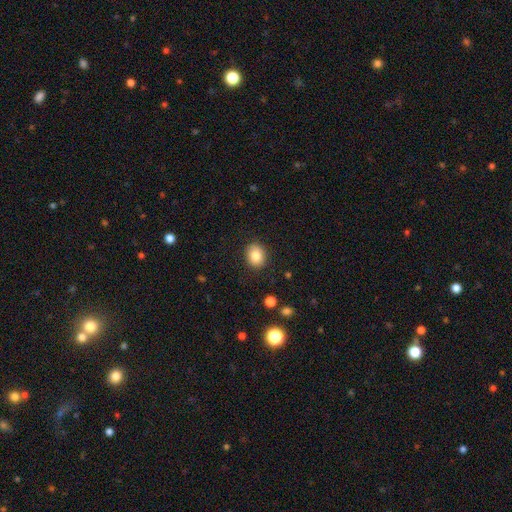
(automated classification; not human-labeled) The model was most divided on "how rounded": round: 52%, in between: 48%, cigar-shaped: 1%. More confident: merging — none (88%); smooth or featured — smooth (83%).